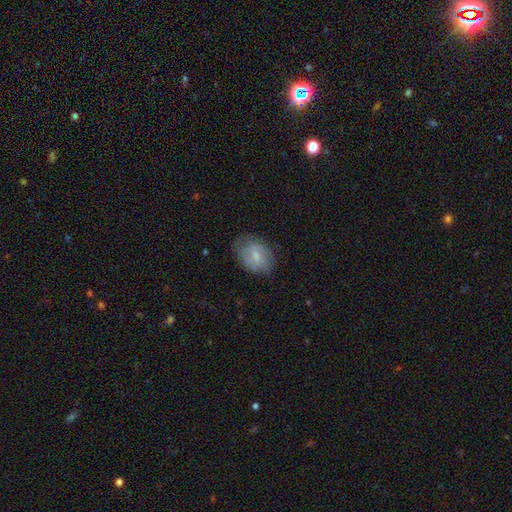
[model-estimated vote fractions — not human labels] The model was most divided on "smooth or featured": smooth: 60%, featured or disk: 33%, star or artifact: 7%. More confident: how rounded — in between (77%); merging — none (65%).